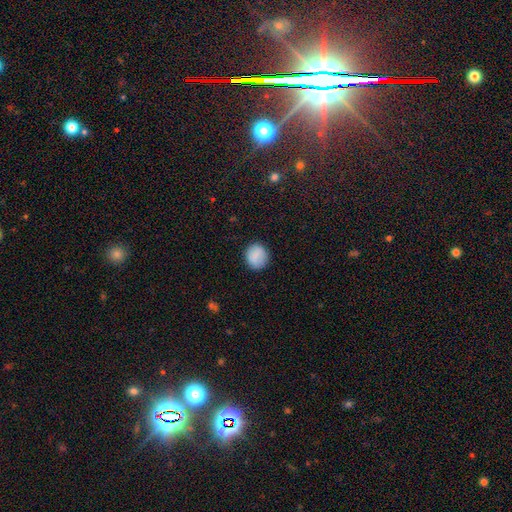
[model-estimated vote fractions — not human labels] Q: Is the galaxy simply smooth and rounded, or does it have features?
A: smooth — 85%.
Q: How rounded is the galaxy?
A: round — 81%.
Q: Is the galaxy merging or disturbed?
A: none — 87%.